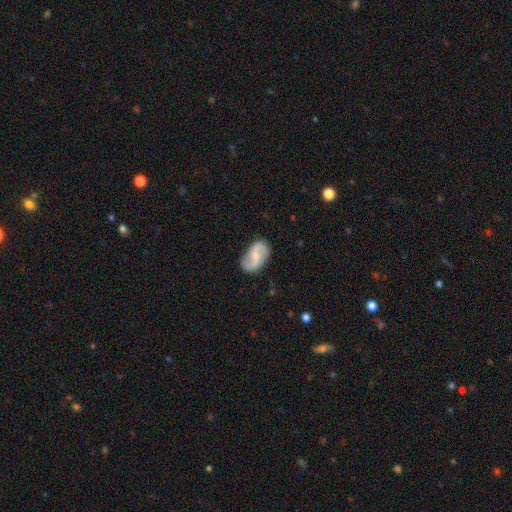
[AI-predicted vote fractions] featured or disk 75%, smooth 19%, star or artifact 5%. Down the decision tree: edge-on disk — no (97%); bar — weak (50%); spiral arms — yes (94%); spiral arm count — 2 (92%); spiral winding — loose (57%); bulge size — small (50%); merging — none (82%).